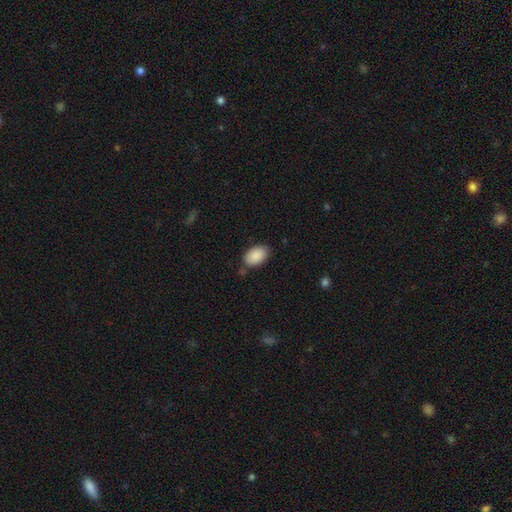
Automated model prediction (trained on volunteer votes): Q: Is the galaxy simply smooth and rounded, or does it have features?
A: smooth — 90%.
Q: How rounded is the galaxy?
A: in between — 91%.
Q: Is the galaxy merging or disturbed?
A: none — 79%.